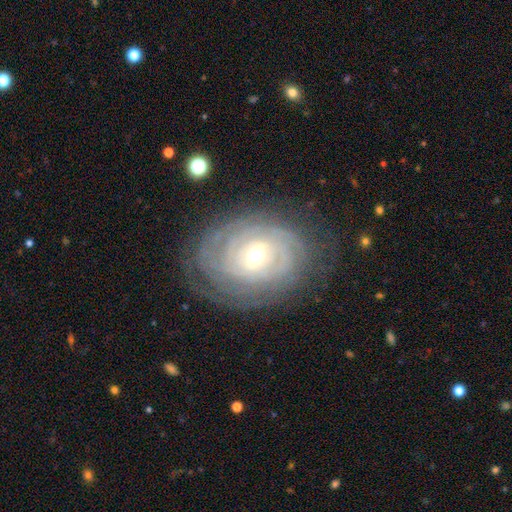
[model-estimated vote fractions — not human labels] Overall: featured or disk (85%). Edge-on disk: no (95%). Bar: weak (51%; strong 28%). Spiral arms: yes (94%). Spiral arm count: can't tell (42%; 2 15%). Spiral winding: tight (81%). Bulge size: moderate (63%; small 30%). Merging: none (75%).